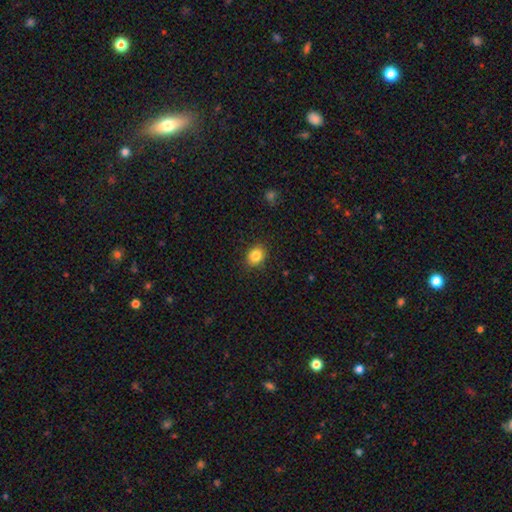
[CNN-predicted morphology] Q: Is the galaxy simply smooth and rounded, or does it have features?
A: smooth — 84%.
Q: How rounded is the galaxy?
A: round — 59%.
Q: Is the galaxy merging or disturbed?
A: none — 88%.